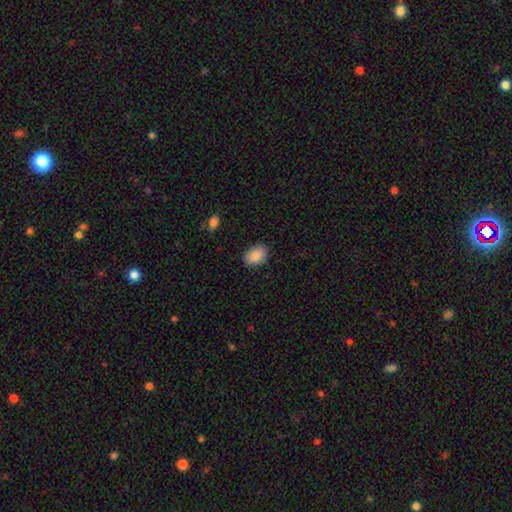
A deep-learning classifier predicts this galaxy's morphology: A smooth galaxy with no disk features (88%) that is in between round and cigar-shaped (79%). Merging: none (85%).